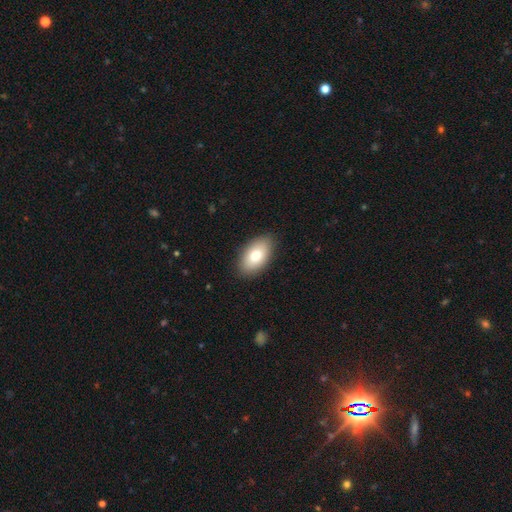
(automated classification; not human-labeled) Smooth or featured? smooth (79%)
How rounded? in between (93%)
Merging? none (87%)